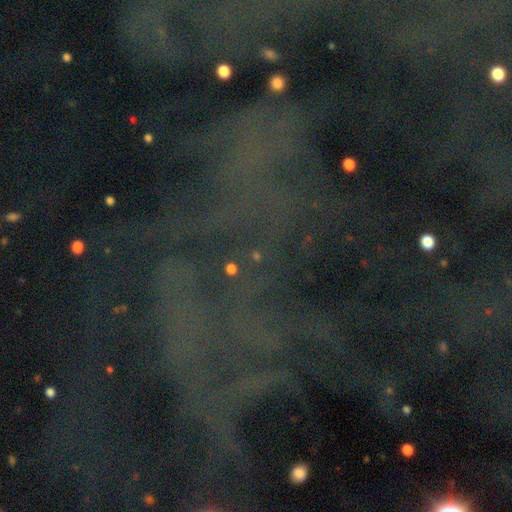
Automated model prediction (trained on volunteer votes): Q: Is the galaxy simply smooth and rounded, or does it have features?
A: star or artifact — 79%.